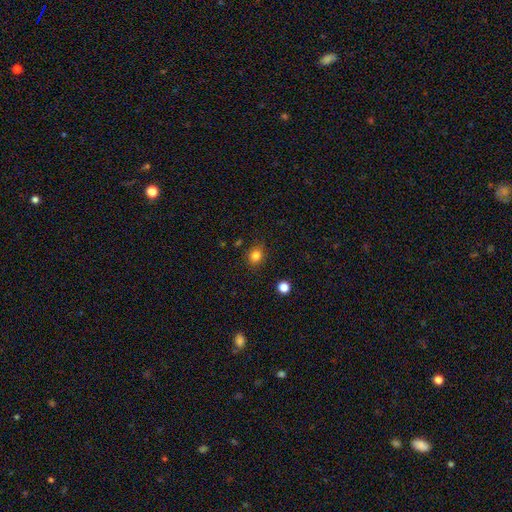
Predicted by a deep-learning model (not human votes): Smooth or featured: smooth — 82% (star or artifact — 13%)
How rounded: round — 70% (in between — 29%)
Merging: none — 85% (minor disturbance — 10%)